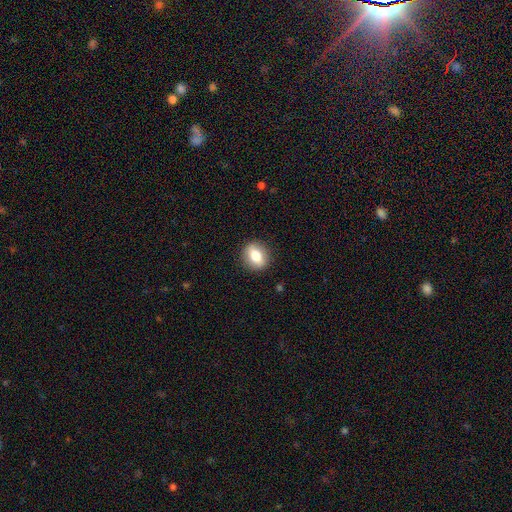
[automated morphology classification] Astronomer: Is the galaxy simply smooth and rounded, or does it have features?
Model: smooth — 75%.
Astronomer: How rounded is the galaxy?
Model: round — 54% (runner-up: in between, 44%).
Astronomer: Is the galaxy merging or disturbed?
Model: none — 89%.